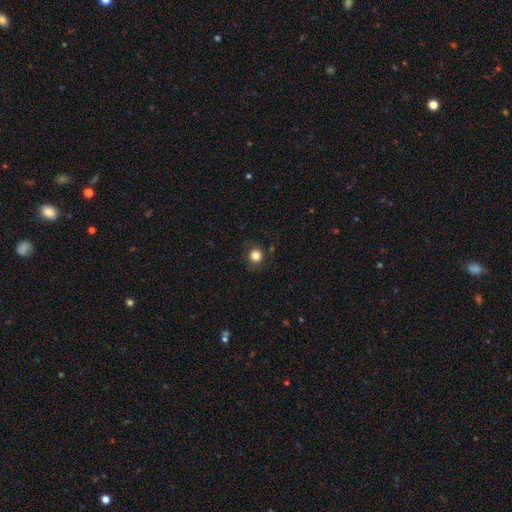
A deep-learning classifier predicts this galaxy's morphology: Q: Smooth or featured?
A: smooth (83%); runner-up: star or artifact (11%)
Q: How rounded?
A: round (91%); runner-up: in between (8%)
Q: Merging?
A: none (85%); runner-up: minor disturbance (11%)